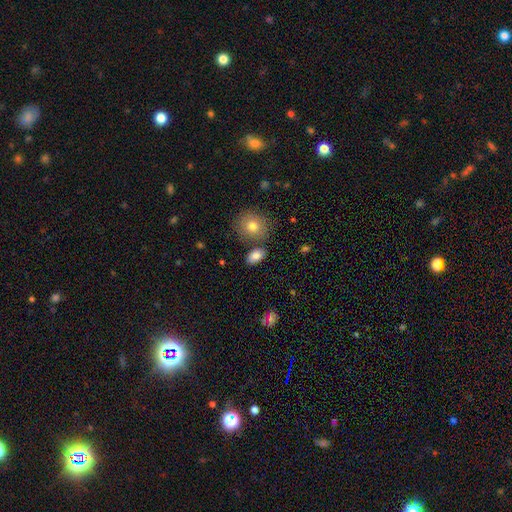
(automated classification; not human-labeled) This is clearly a smooth galaxy (83%). How rounded: clearly in between (88%). Merging: likely none (76%).